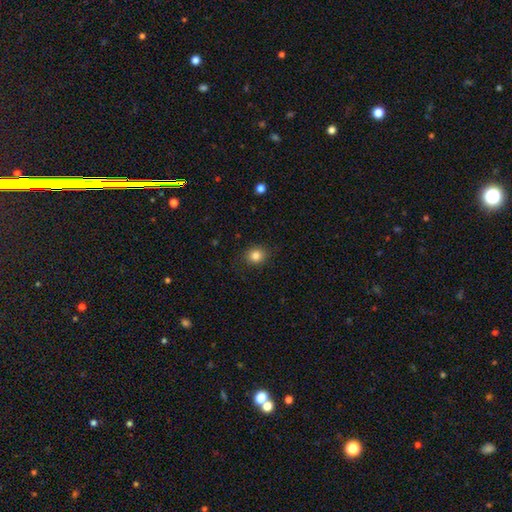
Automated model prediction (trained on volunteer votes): A smooth galaxy with no disk features (83%) that is round (71%). Merging: none (85%).